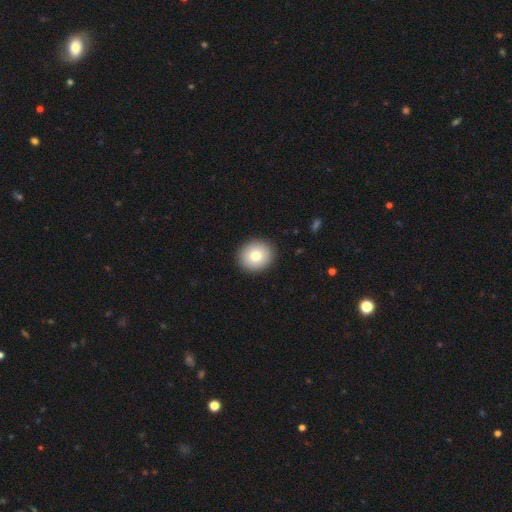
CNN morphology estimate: Smooth or featured?
  - smooth: 80% *
  - featured or disk: 12%
  - star or artifact: 8%
How rounded?
  - round: 80% *
  - in between: 19%
  - cigar-shaped: 1%
Merging?
  - none: 91% *
  - minor disturbance: 6%
  - major disturbance: 2%
  - merger: 1%